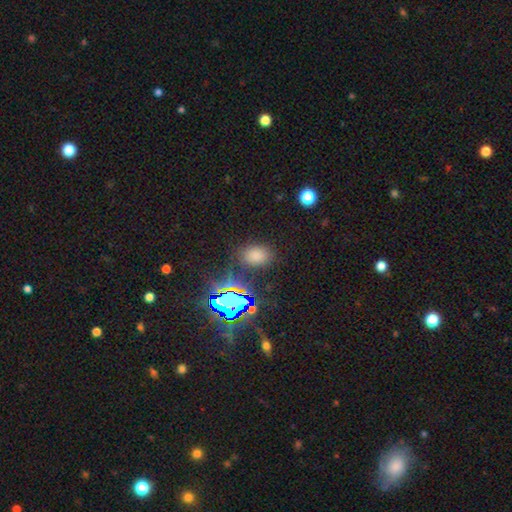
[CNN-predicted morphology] Q: Smooth or featured?
A: smooth (67%); runner-up: star or artifact (26%)
Q: How rounded?
A: in between (76%); runner-up: round (23%)
Q: Merging?
A: none (81%); runner-up: minor disturbance (12%)